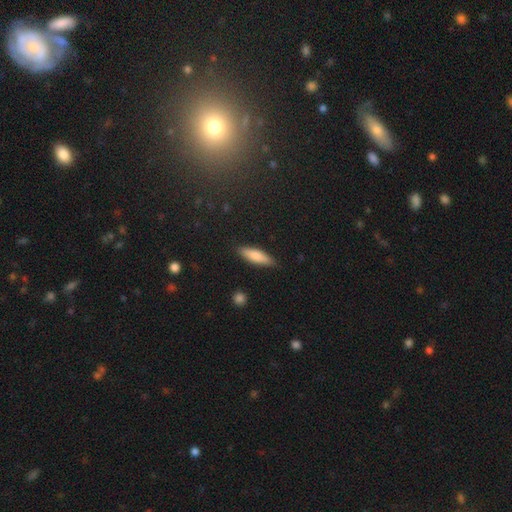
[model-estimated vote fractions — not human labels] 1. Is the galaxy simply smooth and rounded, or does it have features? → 79% smooth, 15% featured or disk, 6% star or artifact.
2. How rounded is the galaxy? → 60% cigar-shaped, 38% in between, 2% round.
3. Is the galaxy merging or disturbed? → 87% none, 10% minor disturbance, 2% major disturbance, 1% merger.